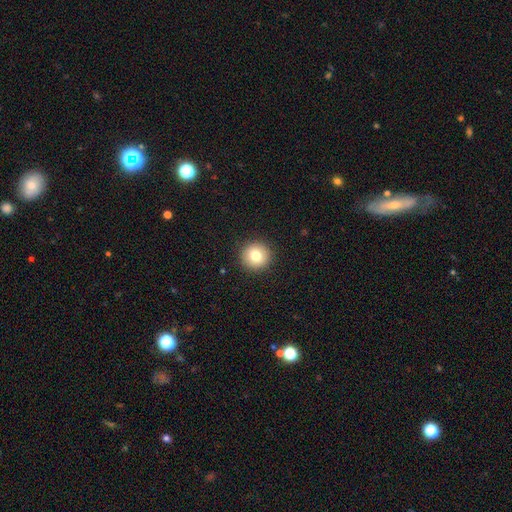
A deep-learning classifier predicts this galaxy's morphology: Smooth or featured?
  - smooth: 78% *
  - featured or disk: 11%
  - star or artifact: 10%
How rounded?
  - round: 95% *
  - in between: 4%
  - cigar-shaped: 1%
Merging?
  - none: 93% *
  - minor disturbance: 5%
  - major disturbance: 2%
  - merger: 1%